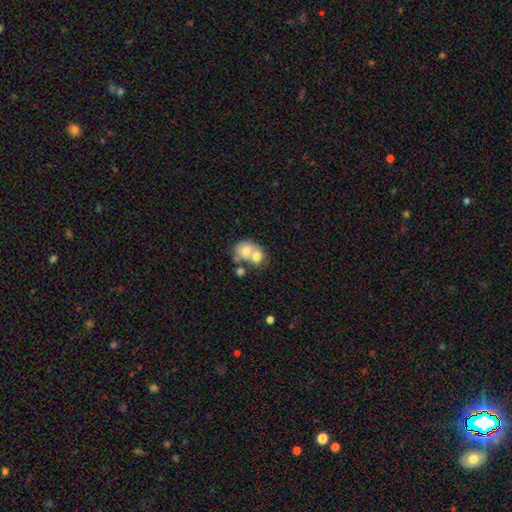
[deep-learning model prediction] Overall: smooth (67%). How rounded: round (53%; in between 46%). Merging: merger (70%).